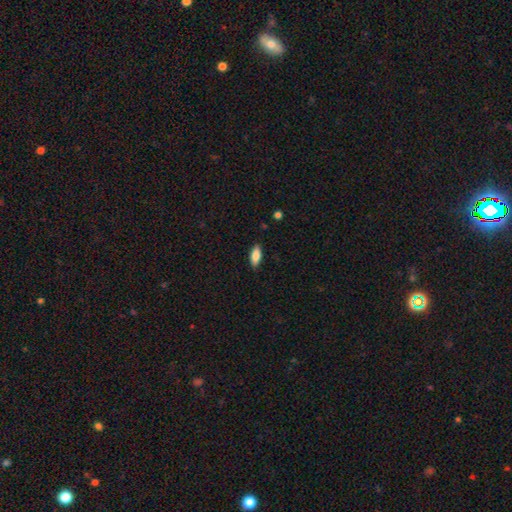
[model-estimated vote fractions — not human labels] Smooth or featured?
  - smooth: 83% *
  - featured or disk: 11%
  - star or artifact: 6%
How rounded?
  - in between: 80% *
  - cigar-shaped: 18%
  - round: 2%
Merging?
  - none: 88% *
  - minor disturbance: 9%
  - major disturbance: 2%
  - merger: 1%